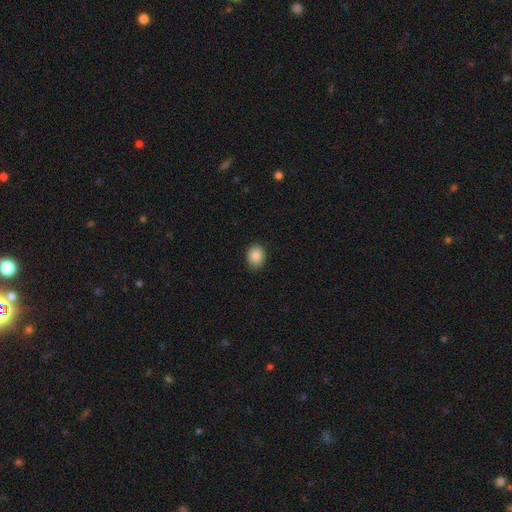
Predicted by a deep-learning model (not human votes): Smooth or featured: smooth — 88% (star or artifact — 8%)
How rounded: in between — 53% (round — 46%)
Merging: none — 88% (minor disturbance — 9%)